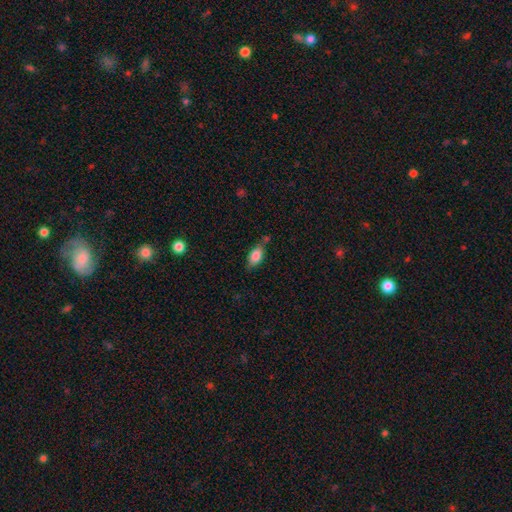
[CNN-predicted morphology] Smooth or featured?
  - smooth: 81% *
  - featured or disk: 12%
  - star or artifact: 7%
How rounded?
  - in between: 87% *
  - cigar-shaped: 7%
  - round: 6%
Merging?
  - none: 62% *
  - minor disturbance: 23%
  - merger: 10%
  - major disturbance: 6%